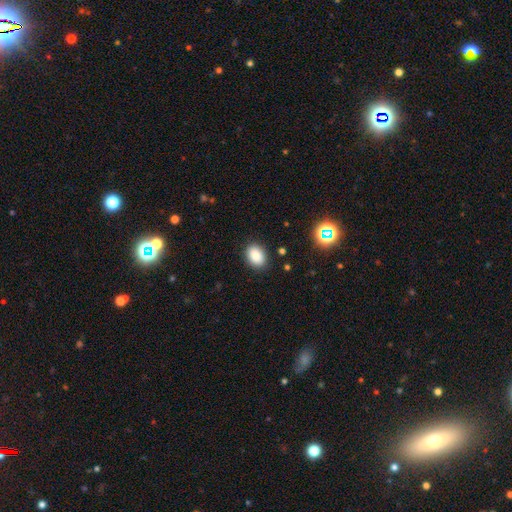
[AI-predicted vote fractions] Morphology: type=smooth (87%); roundness=in between (73%); merging=none (88%).